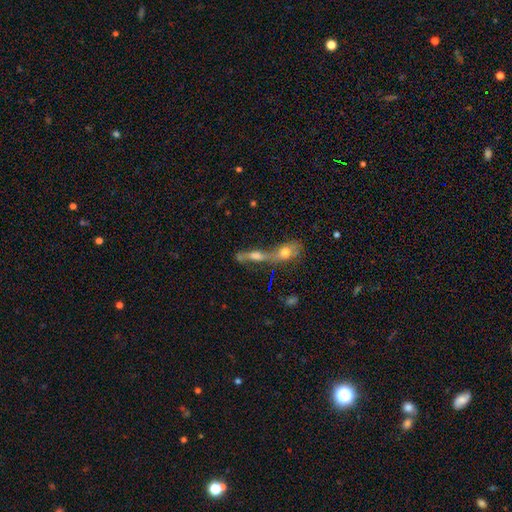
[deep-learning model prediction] The model was most divided on "smooth or featured": smooth: 44%, featured or disk: 39%, star or artifact: 16%. More confident: merging — merger (70%).